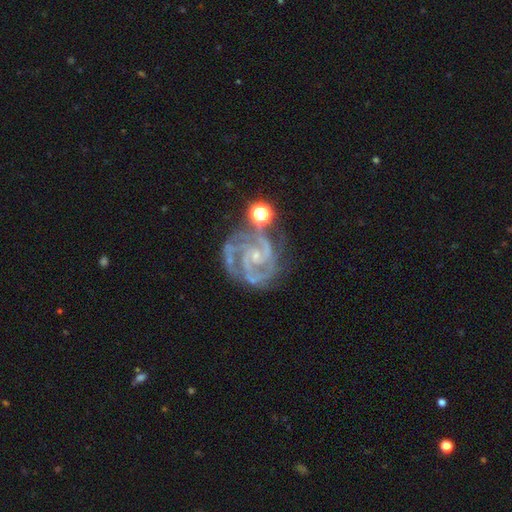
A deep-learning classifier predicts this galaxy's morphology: Smooth or featured: featured or disk — 91% (star or artifact — 6%)
Edge-on disk: no — 98% (yes — 2%)
Bar: no — 58% (weak — 30%)
Spiral arms: yes — 98% (no — 2%)
Spiral winding: tight — 63% (medium — 33%)
Spiral arm count: 2 — 43% (3 — 33%)
Bulge size: small — 78% (moderate — 14%)
Merging: none — 63% (minor disturbance — 20%)